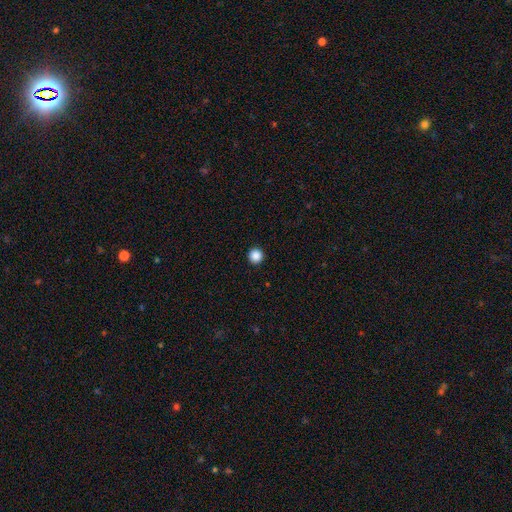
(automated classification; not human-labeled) This is clearly a smooth galaxy (87%). How rounded: clearly round (97%). Merging: clearly none (94%).